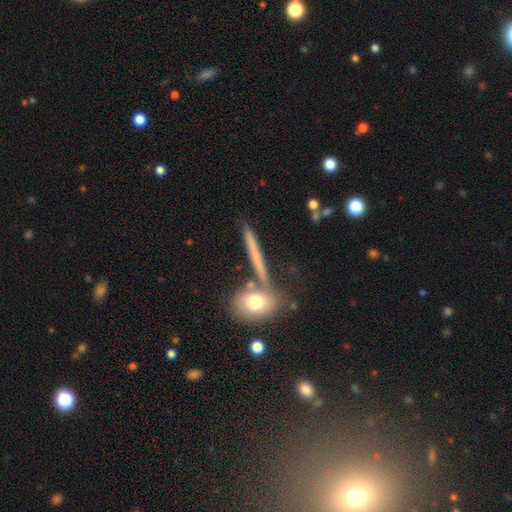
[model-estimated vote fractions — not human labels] This appears to be a smooth galaxy with no disk features (48%). Merging: none (76%).